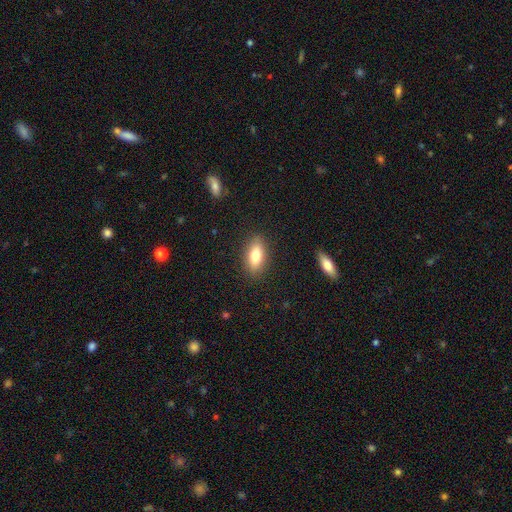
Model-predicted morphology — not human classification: The model was most divided on "smooth or featured": smooth: 74%, featured or disk: 18%, star or artifact: 8%. More confident: merging — none (87%); how rounded — in between (78%).